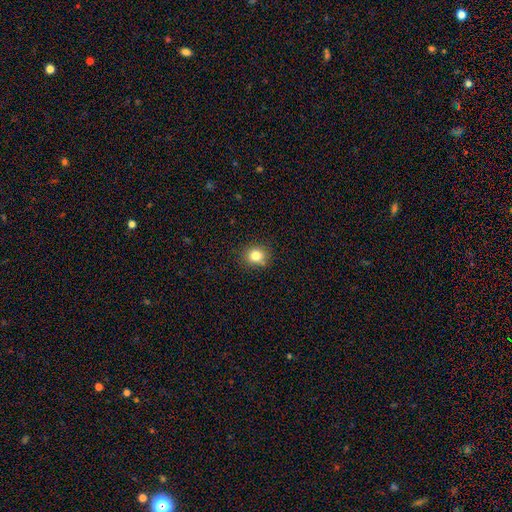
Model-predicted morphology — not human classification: This appears to be a smooth galaxy with no disk features (81%) that is round (81%). Merging: none (82%).